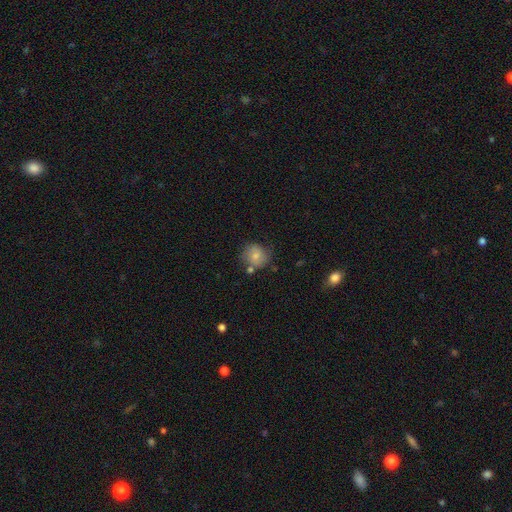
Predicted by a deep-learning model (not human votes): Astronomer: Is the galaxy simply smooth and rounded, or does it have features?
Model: smooth — 74%.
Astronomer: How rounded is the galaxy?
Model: round — 84%.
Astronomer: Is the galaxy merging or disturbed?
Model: none — 65%.